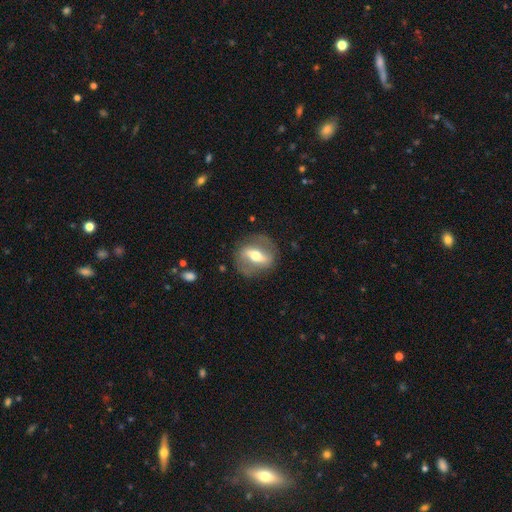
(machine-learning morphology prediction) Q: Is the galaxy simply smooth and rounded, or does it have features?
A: featured or disk — 65%.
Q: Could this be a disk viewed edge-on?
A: no — 79%.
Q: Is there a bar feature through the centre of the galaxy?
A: strong — 62%.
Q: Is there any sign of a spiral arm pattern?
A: no — 53%.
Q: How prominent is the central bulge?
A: moderate — 67%.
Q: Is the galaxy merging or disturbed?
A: none — 78%.